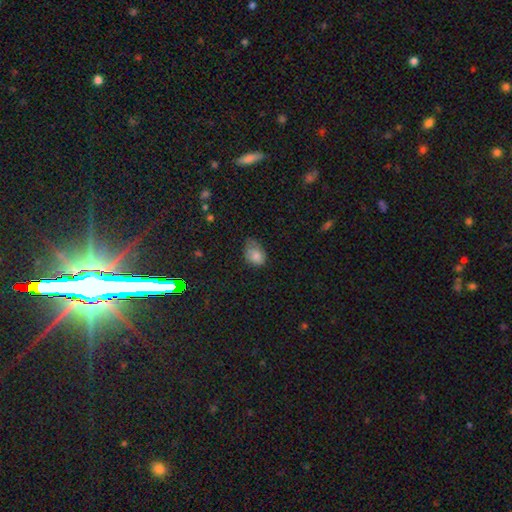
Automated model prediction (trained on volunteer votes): Morphology: type=smooth (79%); roundness=in between (76%); merging=minor disturbance (44%).